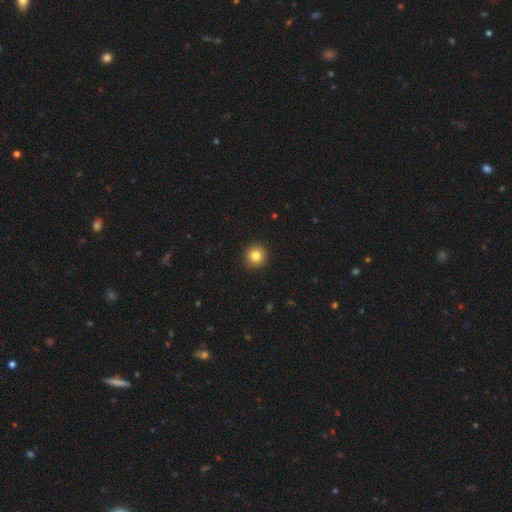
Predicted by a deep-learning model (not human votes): smooth_or_featured: smooth (p=0.83) [alt: star or artifact p=0.11]
how_rounded: round (p=0.94) [alt: in between p=0.05]
merging: none (p=0.93) [alt: minor disturbance p=0.04]